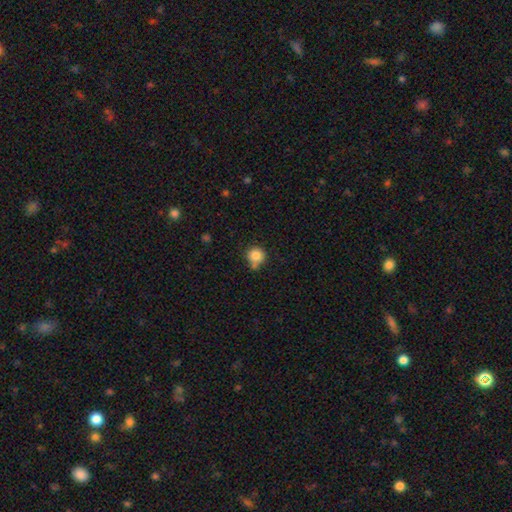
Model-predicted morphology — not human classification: type=smooth (84%); roundness=round (90%); merging=none (57%).